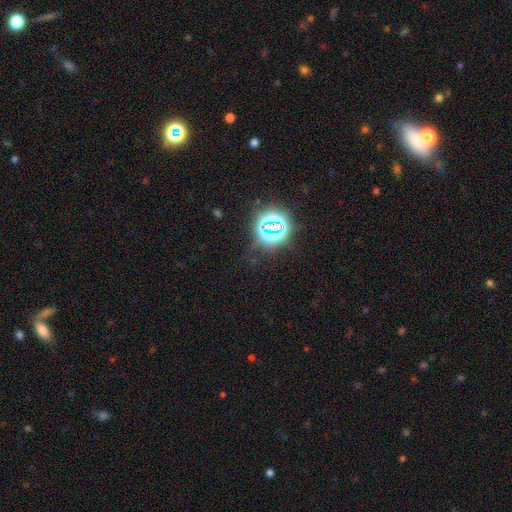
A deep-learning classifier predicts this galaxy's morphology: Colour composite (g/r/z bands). It shows a star or artifact, not a galaxy (80%).